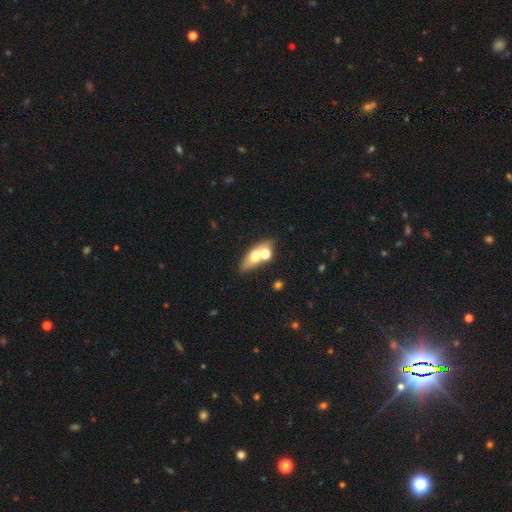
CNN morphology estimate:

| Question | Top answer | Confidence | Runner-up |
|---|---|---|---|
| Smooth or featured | smooth | 59% | featured or disk (30%) |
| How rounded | in between | 66% | cigar-shaped (19%) |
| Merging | none | 51% | merger (33%) |